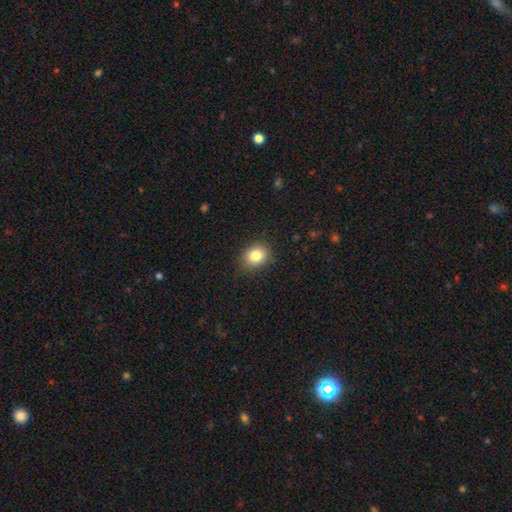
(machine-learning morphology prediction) Smooth or featured? Predicted: smooth (p=0.82). How rounded? Predicted: round (p=0.57). Merging? Predicted: none (p=0.86).